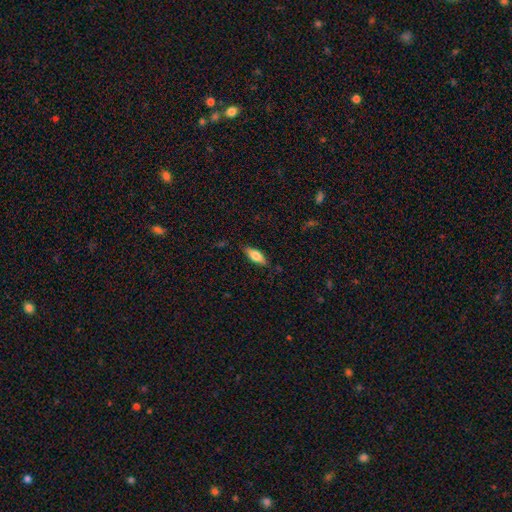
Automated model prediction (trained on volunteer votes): A smooth galaxy with no disk features (73%) that is in between round and cigar-shaped (74%).

Vote fractions:
- Smooth or featured? smooth: 73% / featured or disk: 21% / star or artifact: 6%
- How rounded? in between: 74% / cigar-shaped: 24% / round: 2%
- Merging? none: 82% / minor disturbance: 14% / major disturbance: 3% / merger: 1%